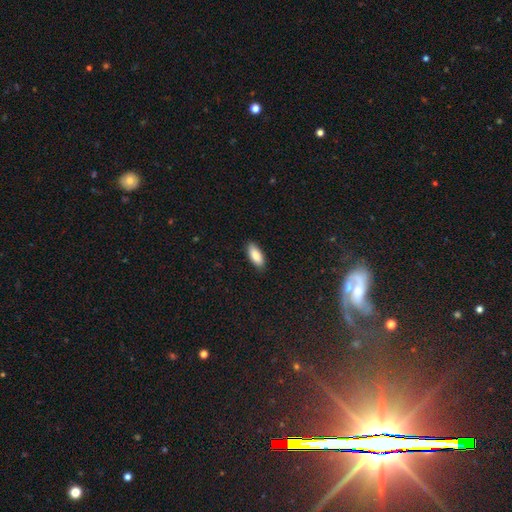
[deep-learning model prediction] Smooth or featured: smooth — 87% (featured or disk — 7%)
How rounded: in between — 82% (cigar-shaped — 16%)
Merging: none — 88% (minor disturbance — 9%)